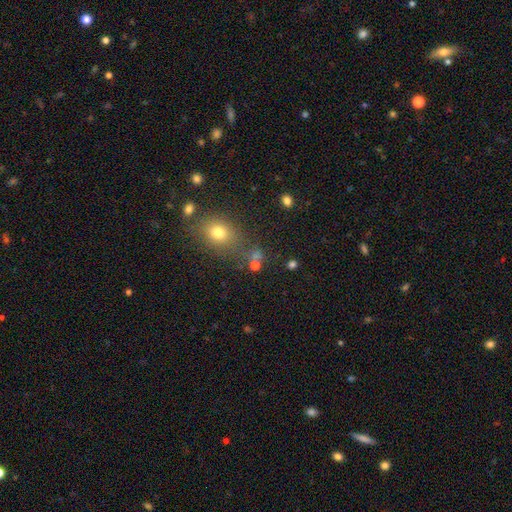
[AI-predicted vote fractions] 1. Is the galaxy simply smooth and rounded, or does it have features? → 58% smooth, 31% star or artifact, 11% featured or disk.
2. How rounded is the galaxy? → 67% round, 30% in between, 3% cigar-shaped.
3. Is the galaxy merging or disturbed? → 67% none, 15% merger, 12% minor disturbance, 7% major disturbance.